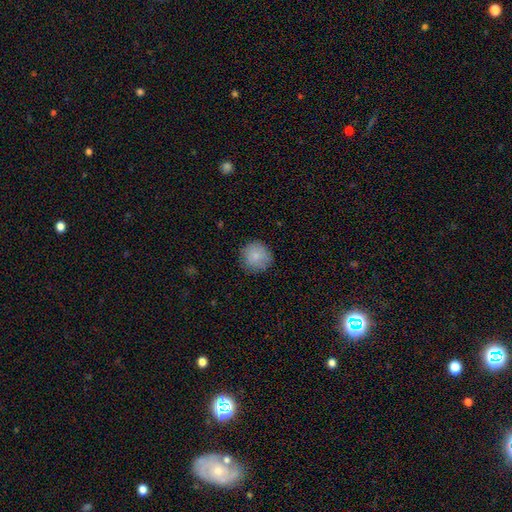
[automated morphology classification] Smooth or featured? smooth (85%)
How rounded? round (94%)
Merging? none (86%)